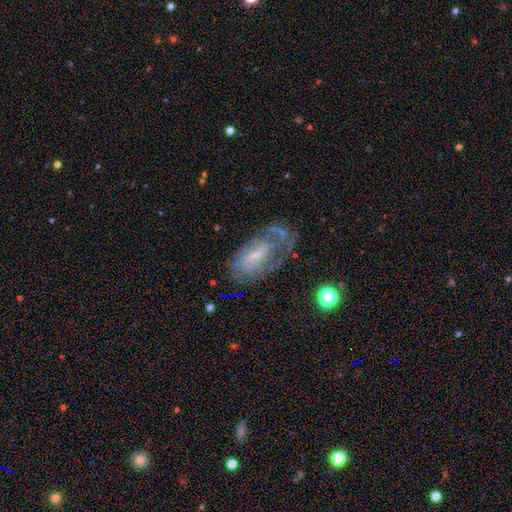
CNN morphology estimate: Overall: featured or disk (72%). Edge-on disk: no (94%). Bar: weak (52%; no 29%). Spiral arms: yes (77%). Spiral arm count: can't tell (38%; 2 34%). Spiral winding: medium (40%; tight 39%). Bulge size: small (48%; moderate 29%). Merging: none (46%; minor disturbance 25%).